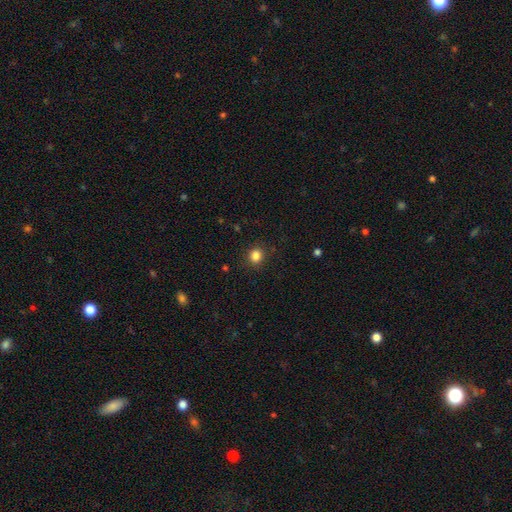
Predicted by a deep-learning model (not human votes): Smooth or featured? Predicted: smooth (p=0.84). How rounded? Predicted: round (p=0.79). Merging? Predicted: none (p=0.89).